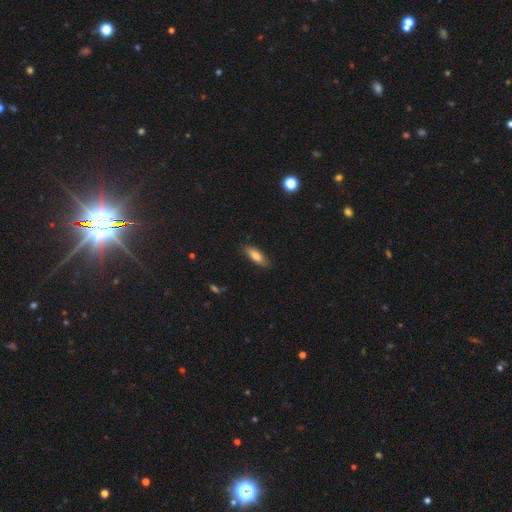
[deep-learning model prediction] Smooth or featured?
  - smooth: 79% *
  - featured or disk: 14%
  - star or artifact: 7%
How rounded?
  - in between: 63% *
  - cigar-shaped: 35%
  - round: 2%
Merging?
  - none: 87% *
  - minor disturbance: 10%
  - major disturbance: 2%
  - merger: 1%